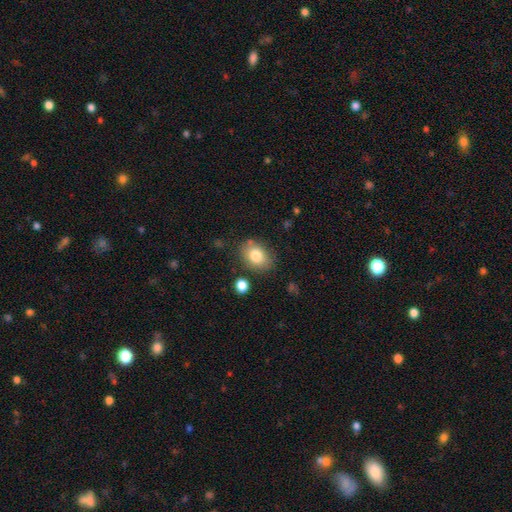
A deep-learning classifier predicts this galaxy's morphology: A smooth galaxy with no disk features (81%) that is in between round and cigar-shaped (65%).

Vote fractions:
- Smooth or featured? smooth: 81% / featured or disk: 10% / star or artifact: 9%
- How rounded? in between: 65% / round: 34% / cigar-shaped: 1%
- Merging? none: 77% / minor disturbance: 14% / merger: 5% / major disturbance: 4%